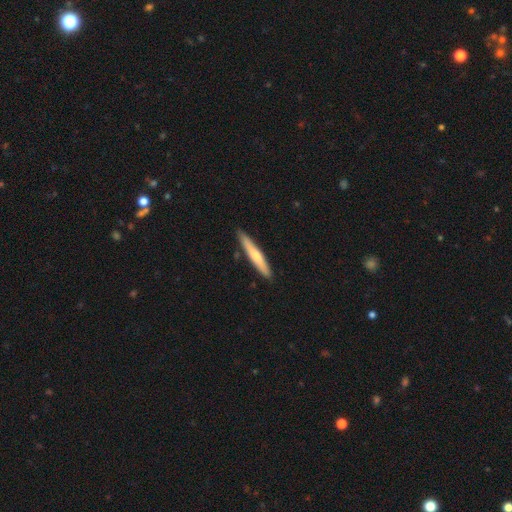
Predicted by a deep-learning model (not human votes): Smooth or featured?
  - smooth: 59% *
  - featured or disk: 36%
  - star or artifact: 5%
How rounded?
  - cigar-shaped: 93% *
  - in between: 5%
  - round: 1%
Merging?
  - none: 88% *
  - minor disturbance: 9%
  - merger: 2%
  - major disturbance: 2%